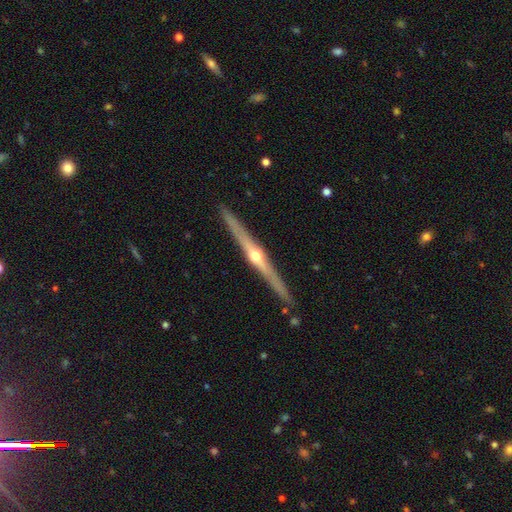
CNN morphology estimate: Smooth or featured: featured or disk — 84% (smooth — 12%)
Edge-on disk: yes — 98% (no — 2%)
Edge-on bulge: rounded — 94% (none — 3%)
Merging: none — 91% (minor disturbance — 7%)